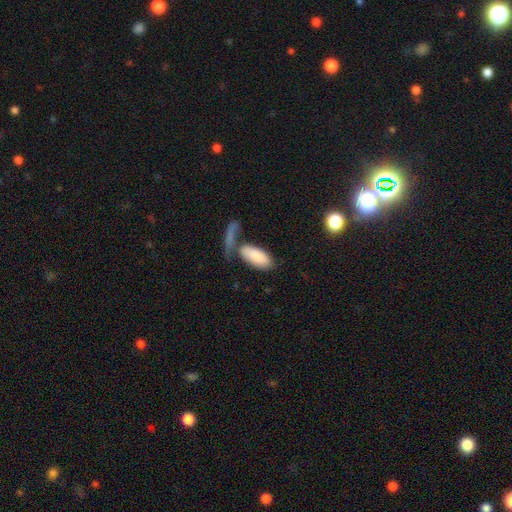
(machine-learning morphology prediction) smooth 83%, featured or disk 11%, star or artifact 6%. Down the decision tree: how rounded — in between (89%); merging — none (43%).